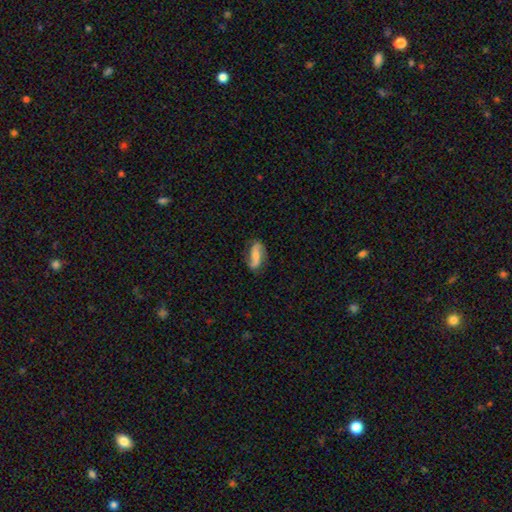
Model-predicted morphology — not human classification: Smooth or featured? featured or disk (71%)
Edge-on disk? no (95%)
Bar? no (44%)
Spiral arms? yes (94%)
Spiral winding? loose (55%)
Spiral arm count? 2 (91%)
Bulge size? small (40%)
Merging? none (77%)